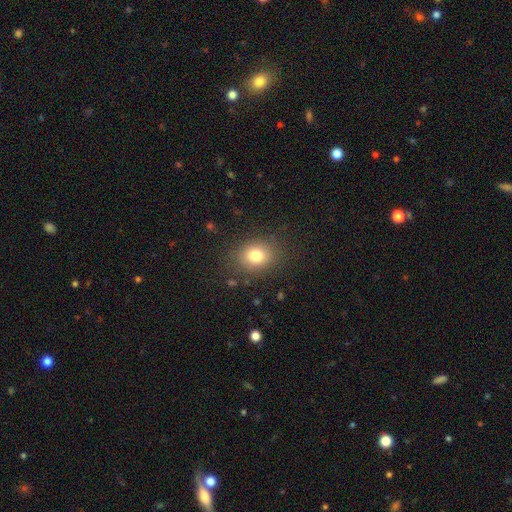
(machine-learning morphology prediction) A smooth galaxy with no disk features (79%) that is round (57%).

Vote fractions:
- Smooth or featured? smooth: 79% / star or artifact: 12% / featured or disk: 9%
- How rounded? round: 57% / in between: 42% / cigar-shaped: 1%
- Merging? none: 84% / minor disturbance: 10% / major disturbance: 5% / merger: 1%